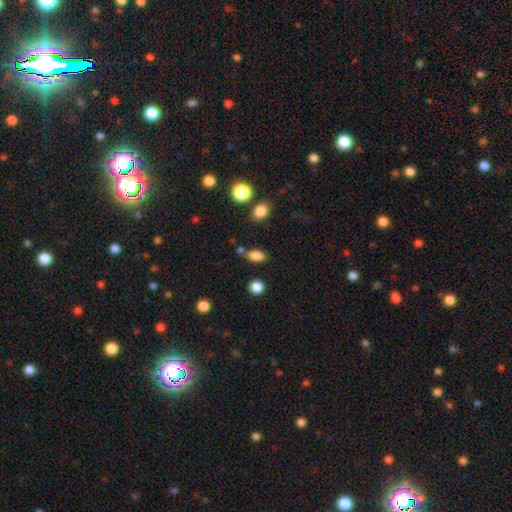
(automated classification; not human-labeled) Smooth or featured: smooth — 84% (star or artifact — 11%)
How rounded: in between — 85% (round — 11%)
Merging: none — 72% (minor disturbance — 14%)